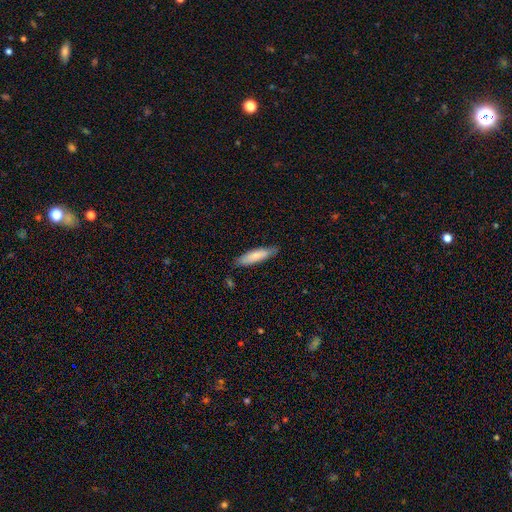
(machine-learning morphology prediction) smooth-or-featured: smooth: 75% | featured or disk: 19% | star or artifact: 5%
  how-rounded: cigar-shaped: 71% | in between: 28% | round: 1%
  merging: none: 81% | minor disturbance: 15% | major disturbance: 2% | merger: 2%